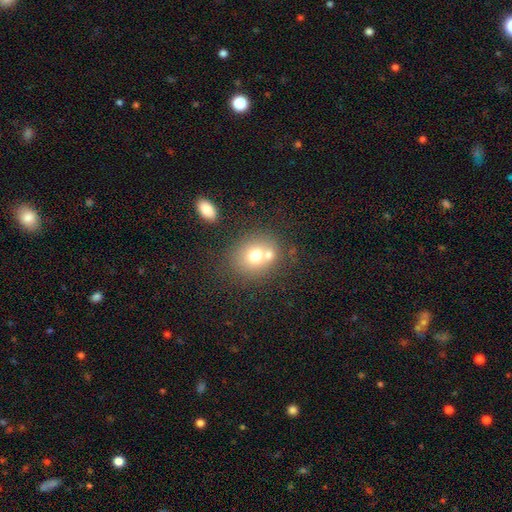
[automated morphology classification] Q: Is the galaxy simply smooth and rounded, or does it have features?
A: smooth — 70%.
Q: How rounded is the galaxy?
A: round — 70%.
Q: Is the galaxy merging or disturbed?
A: none — 47%.